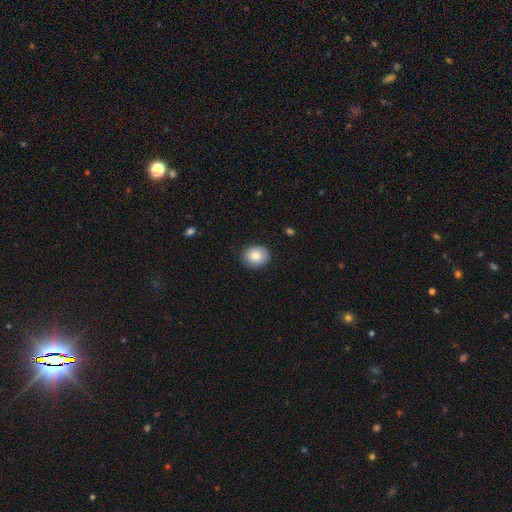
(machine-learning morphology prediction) smooth_or_featured: smooth (p=0.84) [alt: star or artifact p=0.08]
how_rounded: round (p=0.67) [alt: in between p=0.32]
merging: none (p=0.88) [alt: minor disturbance p=0.09]